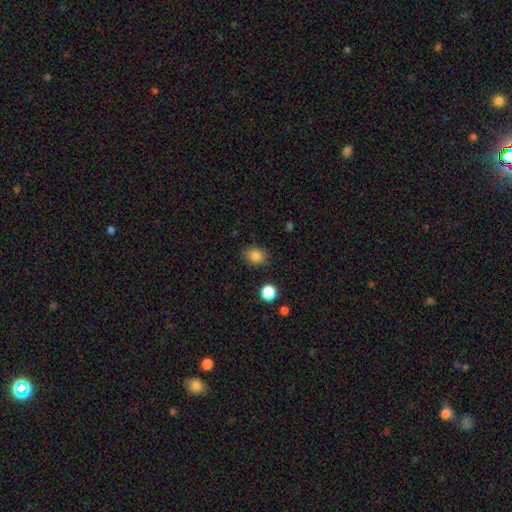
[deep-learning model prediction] smooth_or_featured: smooth (p=0.85) [alt: star or artifact p=0.10]
how_rounded: in between (p=0.50) [alt: round p=0.49]
merging: none (p=0.85) [alt: minor disturbance p=0.11]